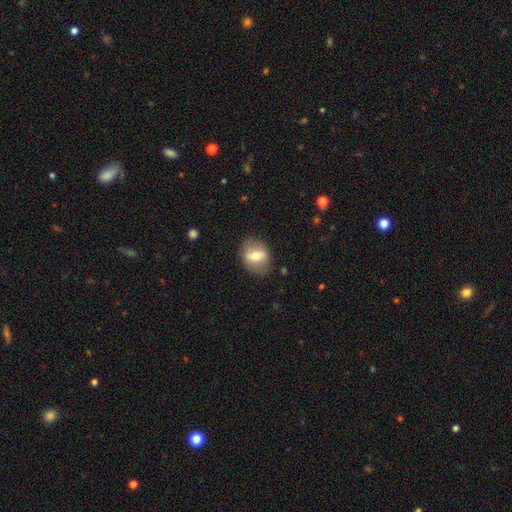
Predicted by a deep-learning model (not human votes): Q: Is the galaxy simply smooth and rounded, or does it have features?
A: smooth — 62%.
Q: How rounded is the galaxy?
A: in between — 55%.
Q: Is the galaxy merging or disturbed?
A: none — 82%.